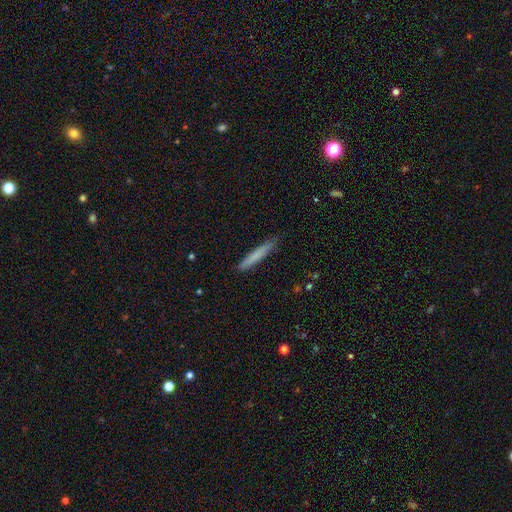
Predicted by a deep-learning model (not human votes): Smooth or featured: smooth — 76% (featured or disk — 18%)
How rounded: cigar-shaped — 95% (in between — 4%)
Merging: none — 87% (minor disturbance — 10%)